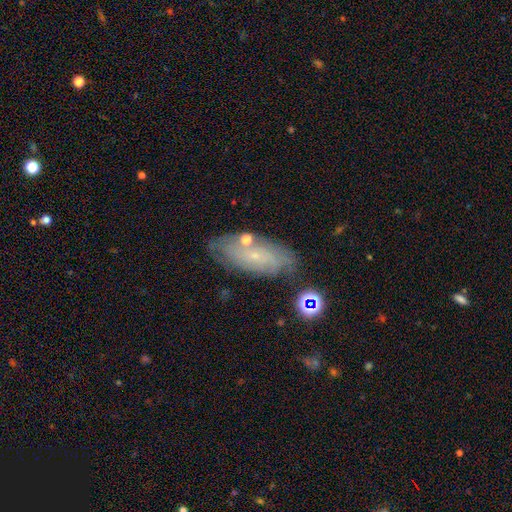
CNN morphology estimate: Smooth or featured? featured or disk (54%)
Edge-on disk? no (85%)
Merging? none (74%)